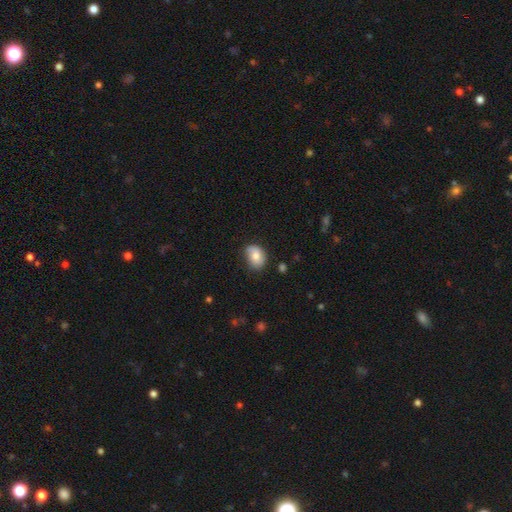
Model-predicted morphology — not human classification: A smooth galaxy with no disk features (70%) that is in between round and cigar-shaped (65%). Merging: none (64%).